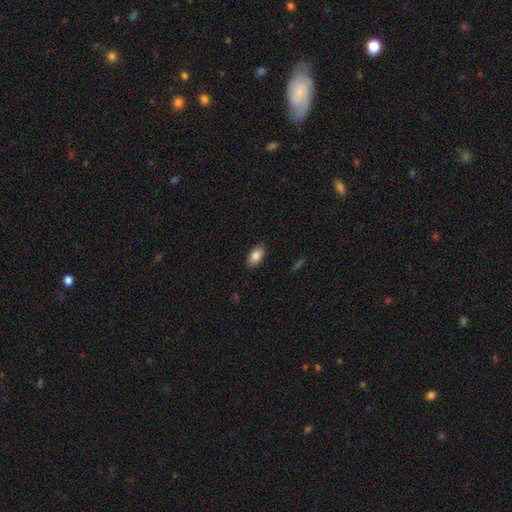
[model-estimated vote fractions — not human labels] The model was most divided on "merging": none: 87%, minor disturbance: 10%, major disturbance: 2%, merger: 1%. More confident: how rounded — in between (93%); smooth or featured — smooth (86%).